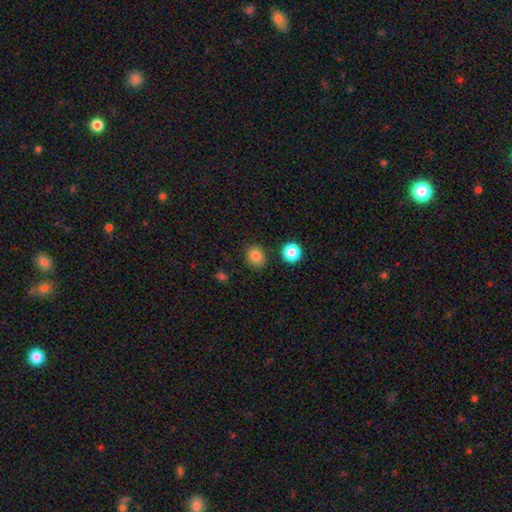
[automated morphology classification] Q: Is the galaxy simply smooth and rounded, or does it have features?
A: smooth — 84%.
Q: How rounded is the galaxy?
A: round — 81%.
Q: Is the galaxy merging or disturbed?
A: none — 86%.